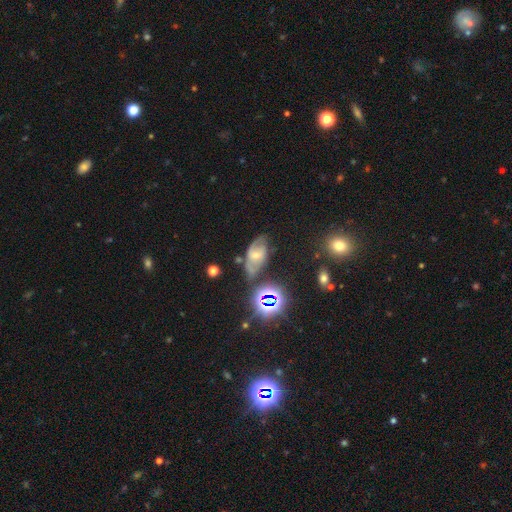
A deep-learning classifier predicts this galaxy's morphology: Smooth or featured? Predicted: featured or disk (p=0.50). Edge-on disk? Predicted: no (p=0.92). Merging? Predicted: none (p=0.49).